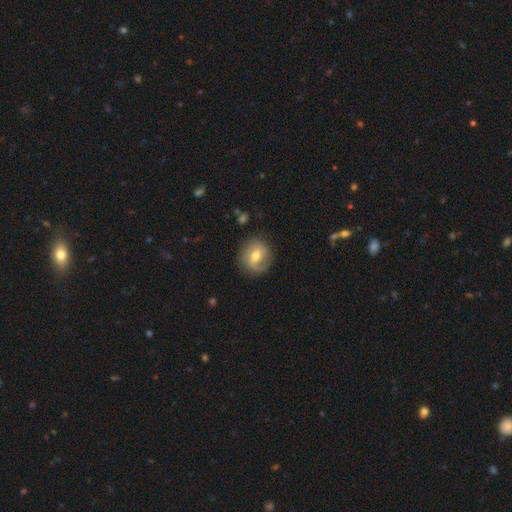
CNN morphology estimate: type=featured or disk (54%); edge-on=no (96%); bar=weak (48%); spiral arms=yes (75%); bulge=moderate (68%); merging=none (78%).